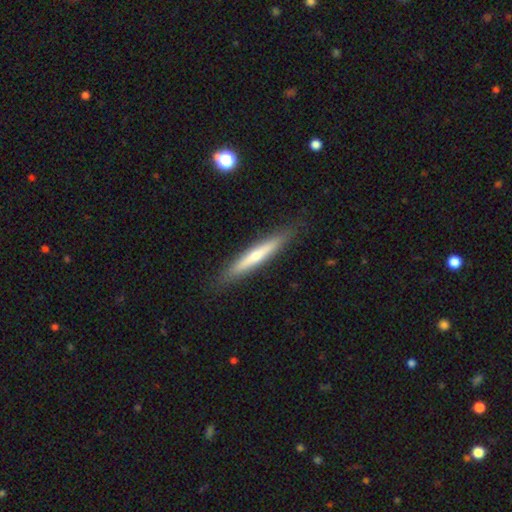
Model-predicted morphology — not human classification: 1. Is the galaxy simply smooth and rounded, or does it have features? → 50% featured or disk, 43% smooth, 6% star or artifact.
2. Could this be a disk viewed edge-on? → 93% yes, 7% no.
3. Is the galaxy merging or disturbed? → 89% none, 9% minor disturbance, 2% major disturbance, 1% merger.